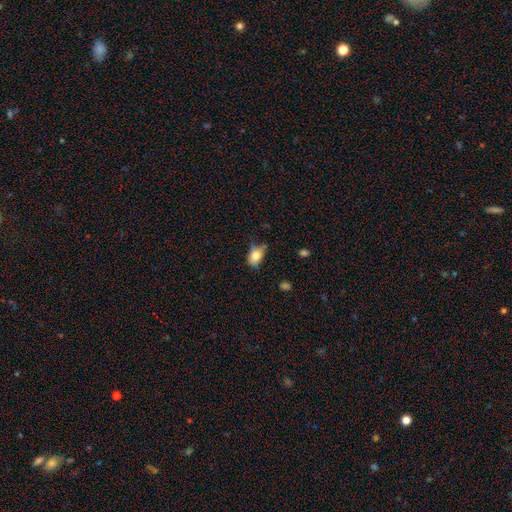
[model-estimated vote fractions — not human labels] This appears to be a smooth galaxy with no disk features (78%) that is in between round and cigar-shaped (80%). Merging: none (46%).